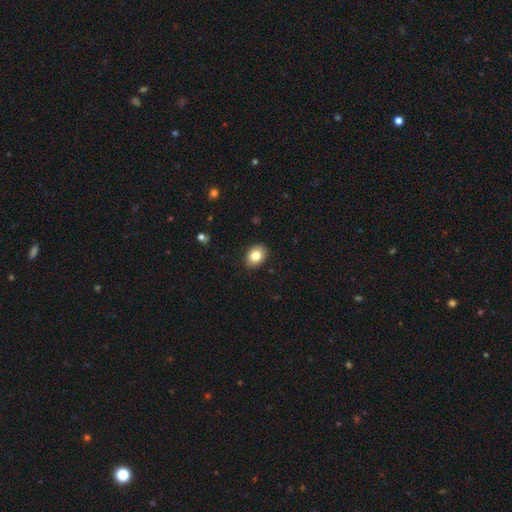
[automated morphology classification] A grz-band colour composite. It shows a smooth galaxy with no disk features (82%) that is in between round and cigar-shaped (59%). Merging: none (88%).